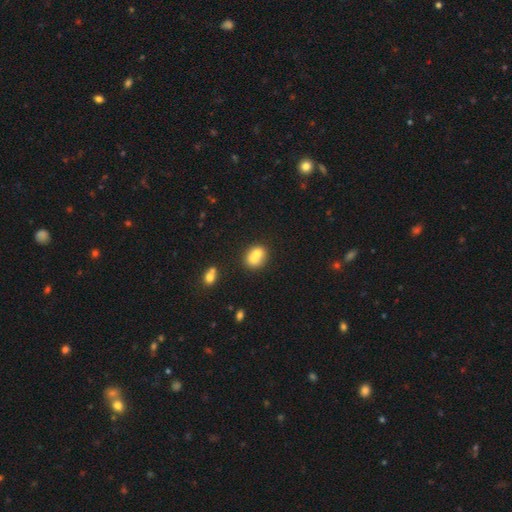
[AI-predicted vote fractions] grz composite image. It shows a smooth galaxy with no disk features (67%) that is round (64%). Merging: merger (64%).